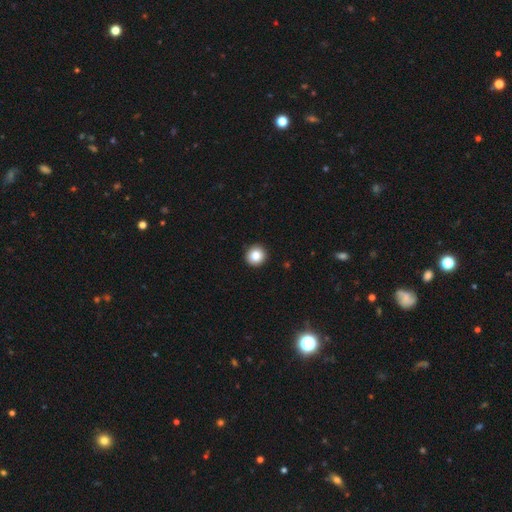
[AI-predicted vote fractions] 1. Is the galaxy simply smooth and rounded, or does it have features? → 86% smooth, 9% star or artifact, 5% featured or disk.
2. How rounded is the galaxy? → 94% round, 5% in between, 1% cigar-shaped.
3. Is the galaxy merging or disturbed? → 93% none, 5% minor disturbance, 1% major disturbance, 1% merger.